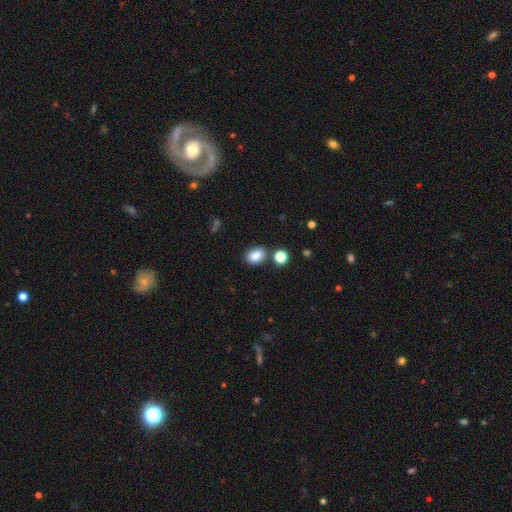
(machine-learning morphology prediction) smooth-or-featured: smooth: 85% | star or artifact: 10% | featured or disk: 5%
  how-rounded: in between: 78% | round: 21% | cigar-shaped: 1%
  merging: none: 76% | minor disturbance: 12% | merger: 9% | major disturbance: 3%